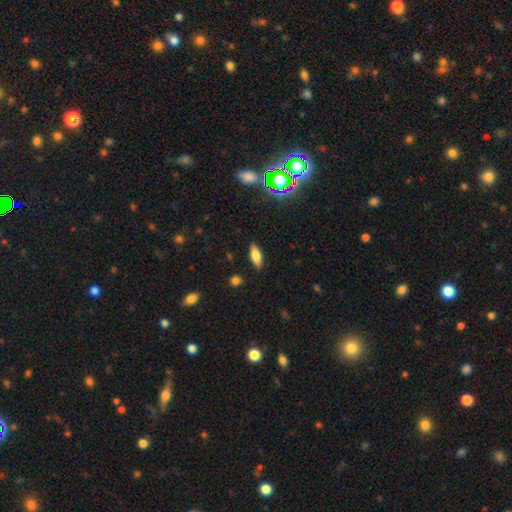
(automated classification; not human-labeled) Smooth or featured? smooth (62%)
How rounded? in between (62%)
Merging? none (88%)